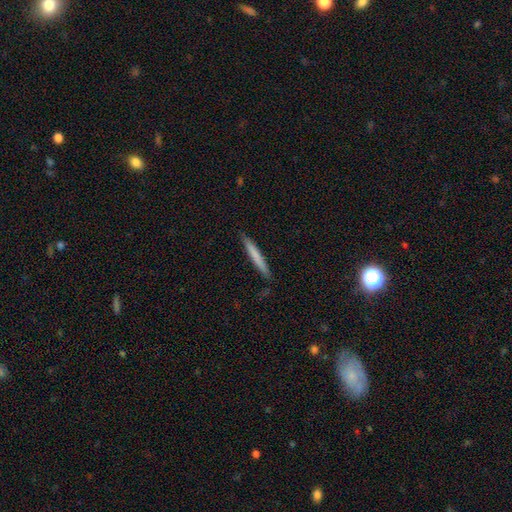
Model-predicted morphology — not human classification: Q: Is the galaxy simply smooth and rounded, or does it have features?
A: smooth — 70%.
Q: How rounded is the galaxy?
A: cigar-shaped — 96%.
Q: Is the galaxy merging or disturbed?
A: none — 89%.